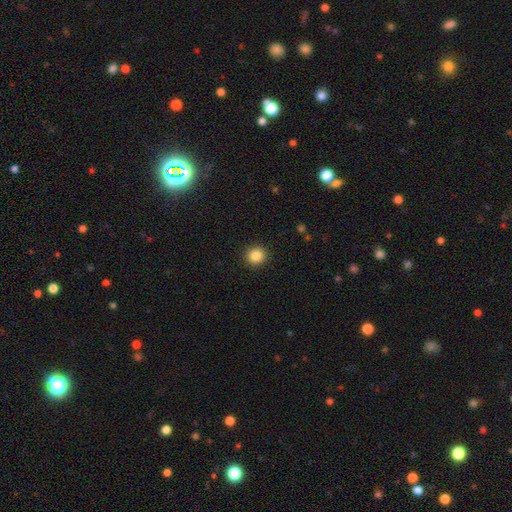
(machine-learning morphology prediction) This is clearly a smooth galaxy (86%). How rounded: clearly round (90%). Merging: clearly none (92%).